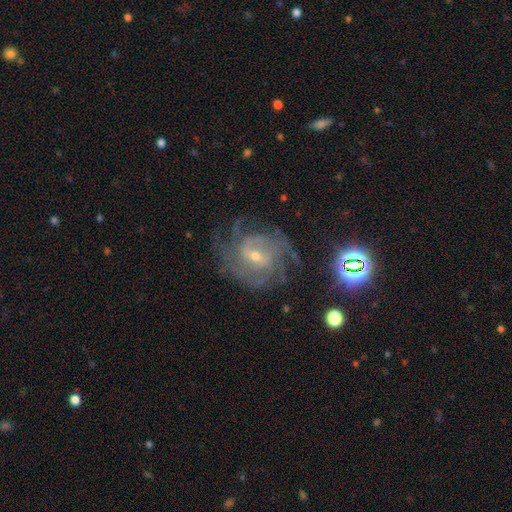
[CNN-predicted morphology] This is clearly a featured or disk galaxy (83%). It is clearly not viewed edge-on (97%). Bar: possibly weak (49%). Spiral arm pattern: clearly yes (95%). Spiral arm count: marginally can't tell (34%). Spiral winding: possibly tight (45%). Central bulge: likely small (61%). Merging: likely none (62%).